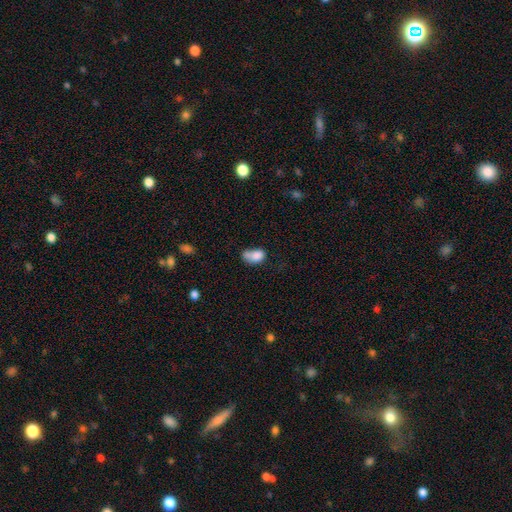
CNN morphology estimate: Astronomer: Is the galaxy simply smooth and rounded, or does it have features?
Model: smooth — 77%.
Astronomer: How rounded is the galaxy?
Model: in between — 78%.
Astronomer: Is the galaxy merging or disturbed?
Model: merger — 39% (runner-up: none, 26%).